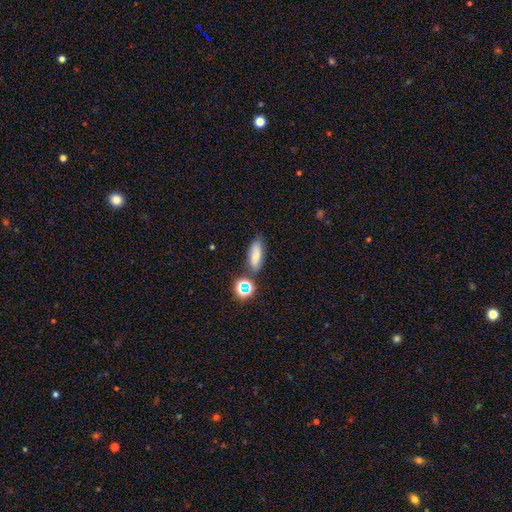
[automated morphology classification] type=smooth (72%); roundness=in between (69%); merging=none (73%).